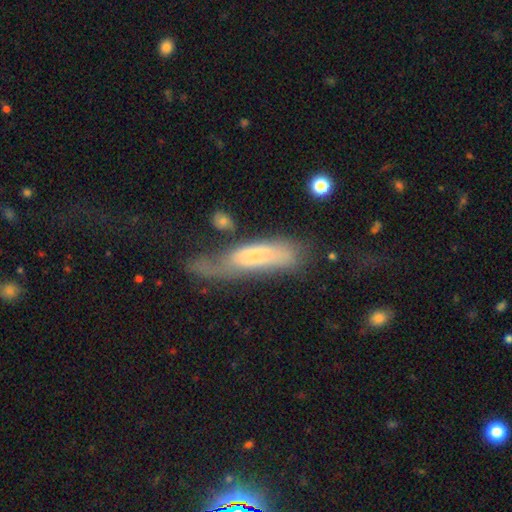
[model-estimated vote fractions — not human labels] Overall: smooth (49%; featured or disk 43%). Merging: major disturbance (39%; none 26%).